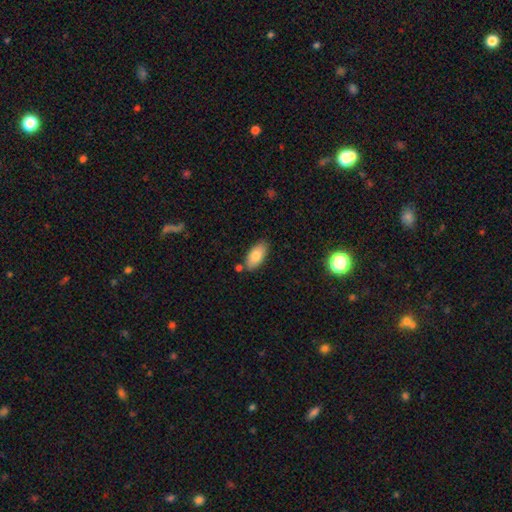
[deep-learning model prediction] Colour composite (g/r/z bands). It shows a smooth galaxy with no disk features (82%) that is in between round and cigar-shaped (92%). Merging: none (78%).